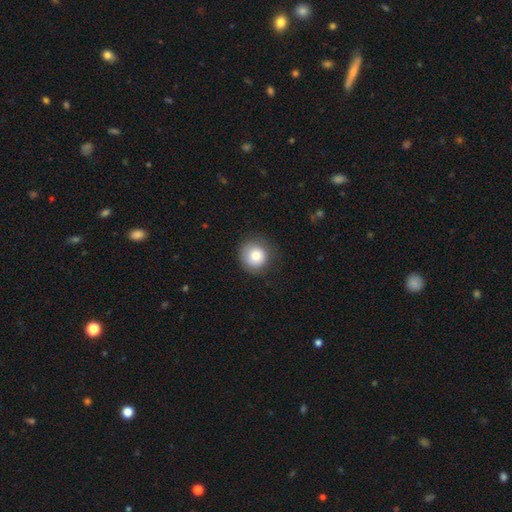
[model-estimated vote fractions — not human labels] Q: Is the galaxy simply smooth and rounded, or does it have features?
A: smooth — 82%.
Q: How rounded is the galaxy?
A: round — 92%.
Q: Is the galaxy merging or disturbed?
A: none — 79%.